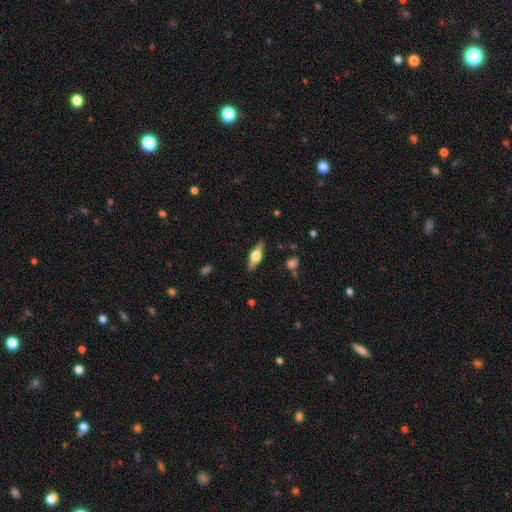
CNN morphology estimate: smooth_or_featured: featured or disk (p=0.54) [alt: smooth p=0.39]
disk_edge_on: yes (p=0.92) [alt: no p=0.08]
edge_on_bulge: rounded (p=0.92) [alt: boxy p=0.06]
merging: none (p=0.87) [alt: minor disturbance p=0.10]